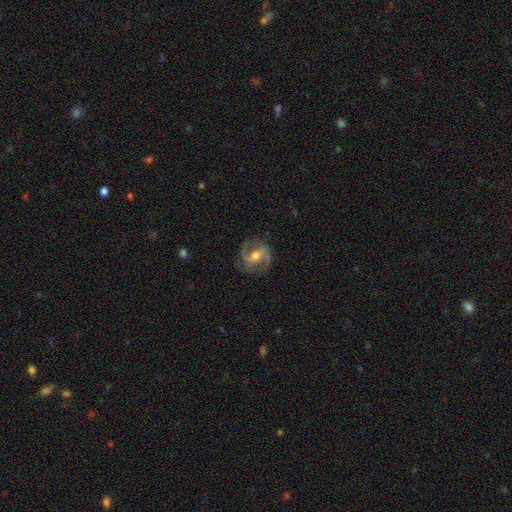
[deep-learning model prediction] A featured or disk galaxy (87%) with a weak bar (43%), 2 (87%) medium (55%) spiral arms (96%) and a moderate central bulge (69%). Merging: none (80%).